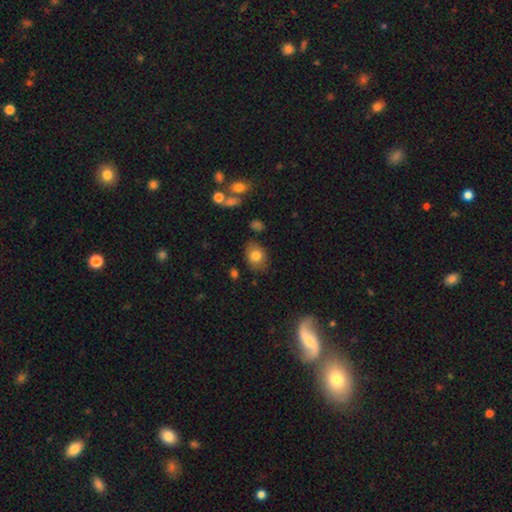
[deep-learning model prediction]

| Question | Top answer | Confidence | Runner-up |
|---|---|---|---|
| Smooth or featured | smooth | 79% | featured or disk (12%) |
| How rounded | in between | 63% | round (35%) |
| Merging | none | 80% | minor disturbance (14%) |